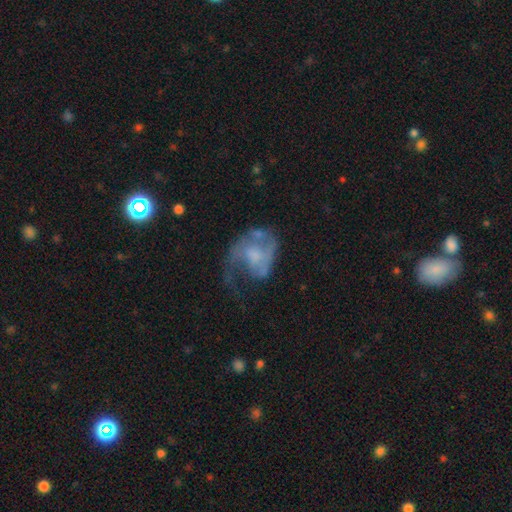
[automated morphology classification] smooth_or_featured: featured or disk (p=0.65) [alt: smooth p=0.27]
disk_edge_on: no (p=0.97) [alt: yes p=0.03]
bar: no (p=0.72) [alt: weak p=0.24]
has_spiral_arms: yes (p=0.69) [alt: no p=0.31]
bulge_size: moderate (p=0.33) [alt: small p=0.28]
merging: major disturbance (p=0.51) [alt: none p=0.25]